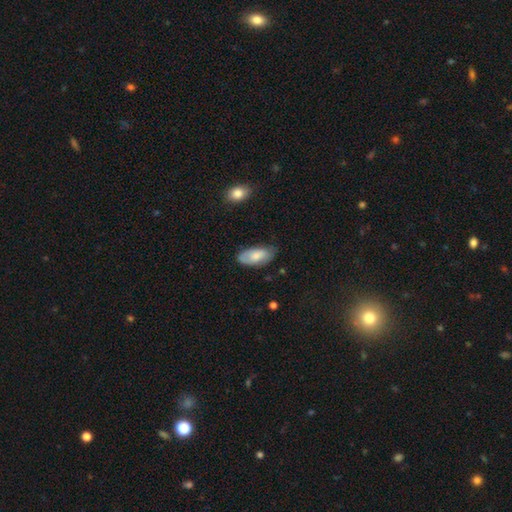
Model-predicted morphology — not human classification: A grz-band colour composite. It shows a smooth galaxy with no disk features (74%) that is in between round and cigar-shaped (92%). Merging: none (69%).